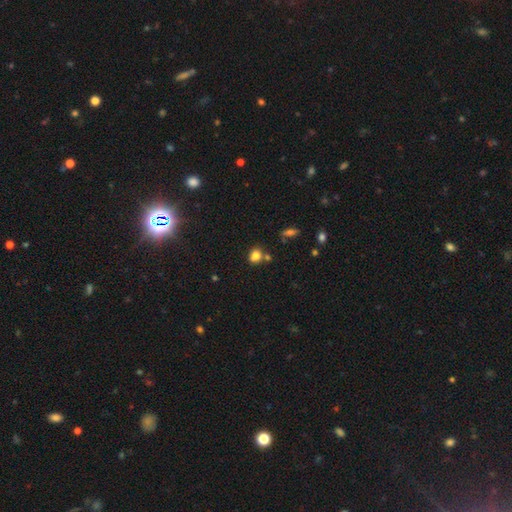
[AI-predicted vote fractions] This is clearly a smooth galaxy (81%). How rounded: possibly round (57%). Merging: likely none (64%).